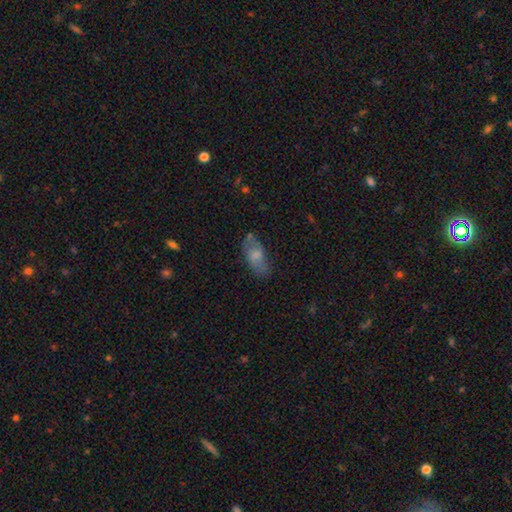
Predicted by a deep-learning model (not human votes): Morphology: type=smooth (63%); roundness=in between (88%); merging=none (64%).